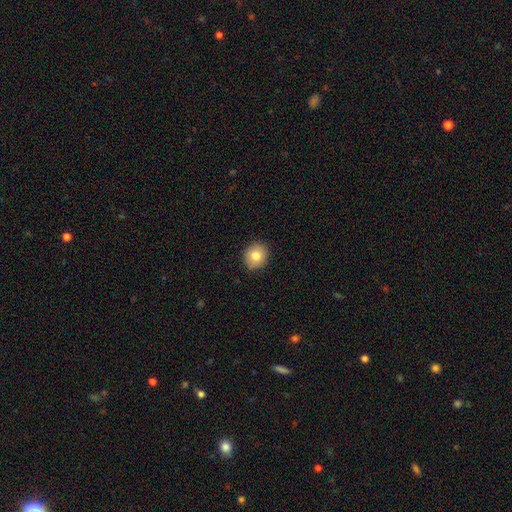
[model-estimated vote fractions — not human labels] Smooth or featured? smooth (80%)
How rounded? round (79%)
Merging? none (90%)